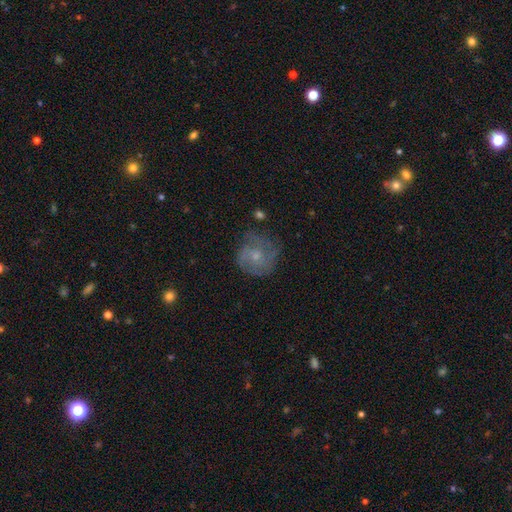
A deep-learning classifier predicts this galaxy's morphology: Smooth or featured: featured or disk — 60% (smooth — 31%)
Edge-on disk: no — 98% (yes — 2%)
Bar: no — 75% (weak — 22%)
Spiral arms: yes — 78% (no — 22%)
Bulge size: small — 57% (moderate — 35%)
Merging: none — 62% (minor disturbance — 24%)